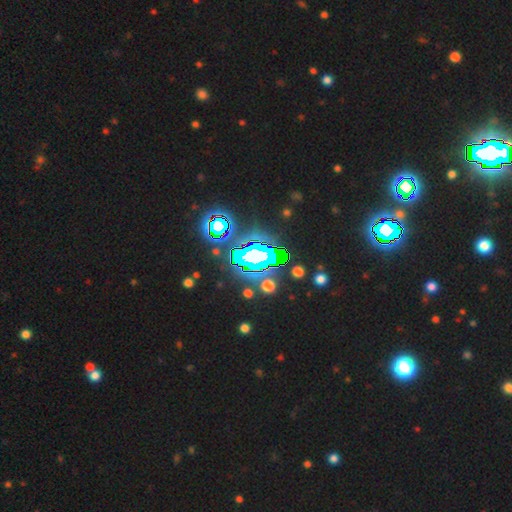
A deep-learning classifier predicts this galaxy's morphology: Smooth or featured: star or artifact — 82% (smooth — 10%)